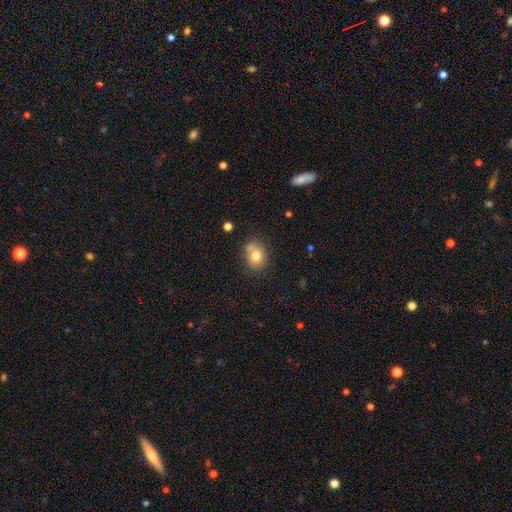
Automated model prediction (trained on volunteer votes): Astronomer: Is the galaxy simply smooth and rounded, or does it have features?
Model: smooth — 77%.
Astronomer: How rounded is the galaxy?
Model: round — 50% (runner-up: in between, 49%).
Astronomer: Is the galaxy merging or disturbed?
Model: none — 62%.